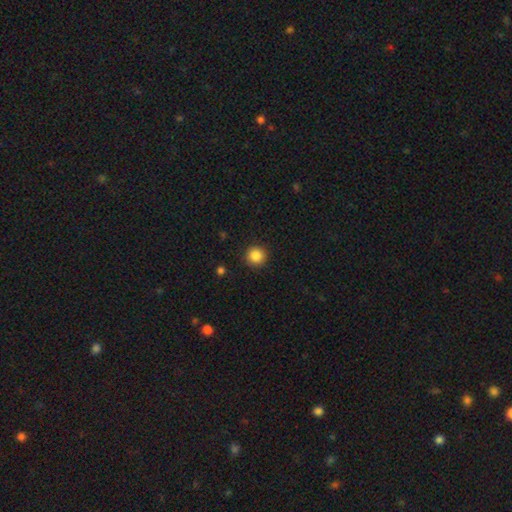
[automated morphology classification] The model was most divided on "smooth or featured": smooth: 86%, star or artifact: 10%, featured or disk: 3%. More confident: how rounded — round (95%); merging — none (91%).